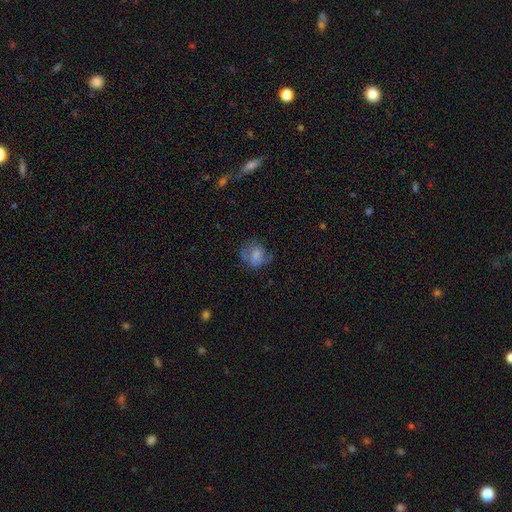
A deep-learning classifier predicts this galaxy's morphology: Q: Smooth or featured?
A: smooth (58%); runner-up: featured or disk (32%)
Q: How rounded?
A: round (65%); runner-up: in between (34%)
Q: Merging?
A: none (54%); runner-up: minor disturbance (25%)